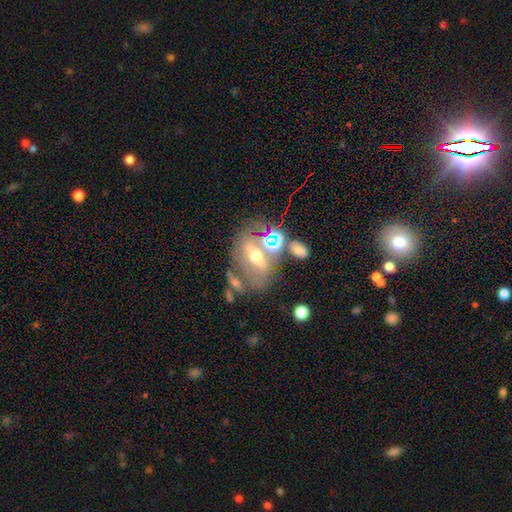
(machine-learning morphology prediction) Smooth or featured?
  - featured or disk: 54% *
  - smooth: 29%
  - star or artifact: 17%
Edge-on disk?
  - no: 87% *
  - yes: 13%
Merging?
  - none: 48% *
  - merger: 23%
  - minor disturbance: 16%
  - major disturbance: 14%